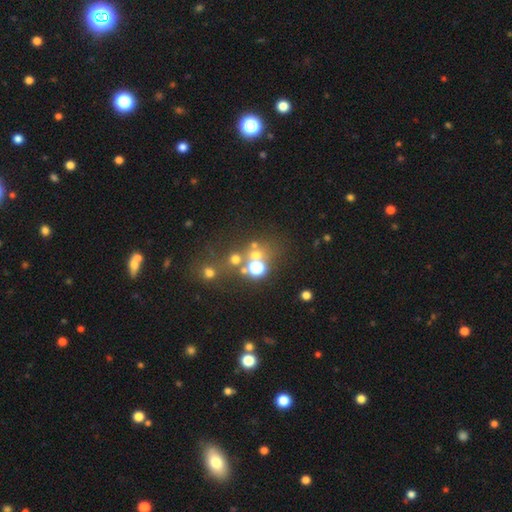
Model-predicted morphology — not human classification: A smooth galaxy with no disk features (49%).

Vote fractions:
- Smooth or featured? smooth: 49% / star or artifact: 35% / featured or disk: 16%
- Merging? none: 54% / merger: 29% / minor disturbance: 9% / major disturbance: 8%